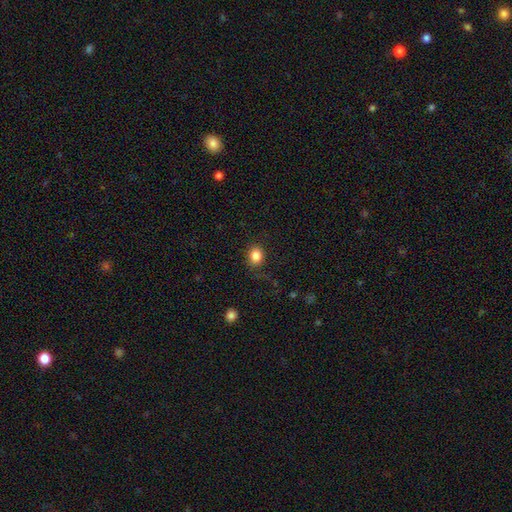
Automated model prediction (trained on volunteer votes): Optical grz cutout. It shows a smooth galaxy with no disk features (85%) that is round (59%). Merging: none (84%).